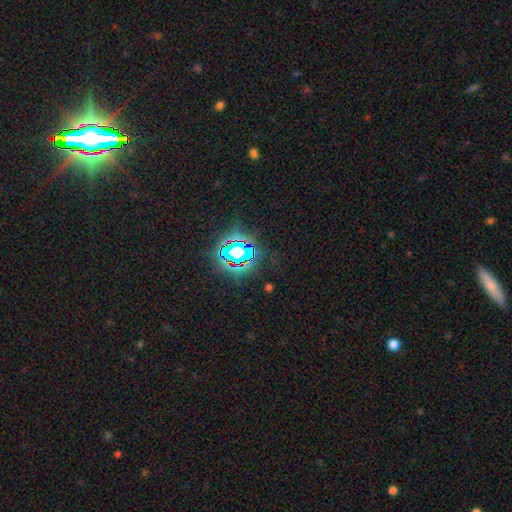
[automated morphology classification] Smooth or featured? Predicted: star or artifact (p=0.82).